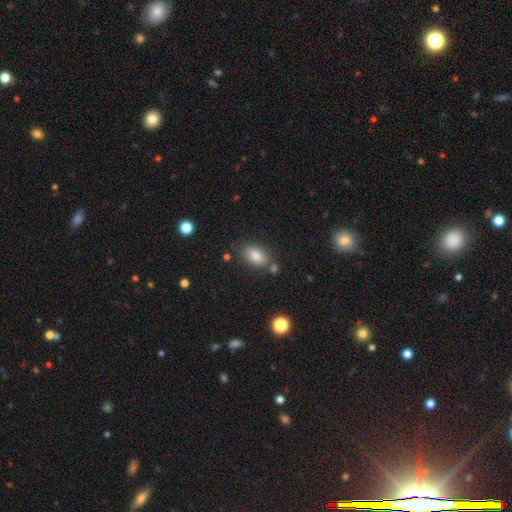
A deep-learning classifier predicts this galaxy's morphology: This is clearly a smooth galaxy (83%). How rounded: clearly in between (88%). Merging: likely none (74%).